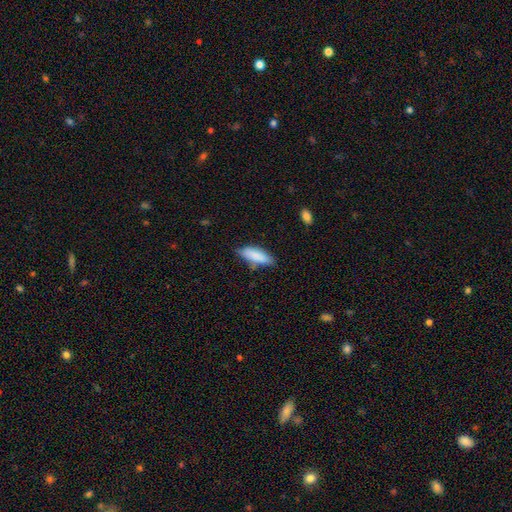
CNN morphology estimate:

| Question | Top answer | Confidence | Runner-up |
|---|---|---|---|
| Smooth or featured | smooth | 85% | featured or disk (9%) |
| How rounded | in between | 64% | cigar-shaped (34%) |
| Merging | none | 68% | minor disturbance (25%) |